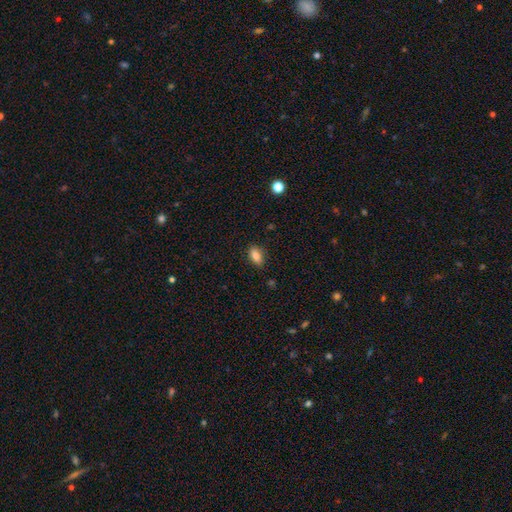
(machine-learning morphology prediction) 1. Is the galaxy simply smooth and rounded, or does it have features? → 84% smooth, 9% star or artifact, 8% featured or disk.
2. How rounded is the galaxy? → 87% in between, 6% cigar-shaped, 6% round.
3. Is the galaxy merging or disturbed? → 86% none, 11% minor disturbance, 2% major disturbance, 1% merger.